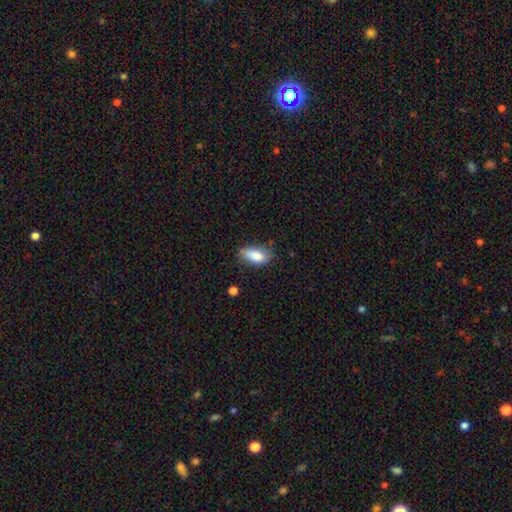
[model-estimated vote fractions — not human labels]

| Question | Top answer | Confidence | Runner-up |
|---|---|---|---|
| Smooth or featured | smooth | 84% | featured or disk (8%) |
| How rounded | in between | 87% | cigar-shaped (10%) |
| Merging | none | 62% | minor disturbance (29%) |